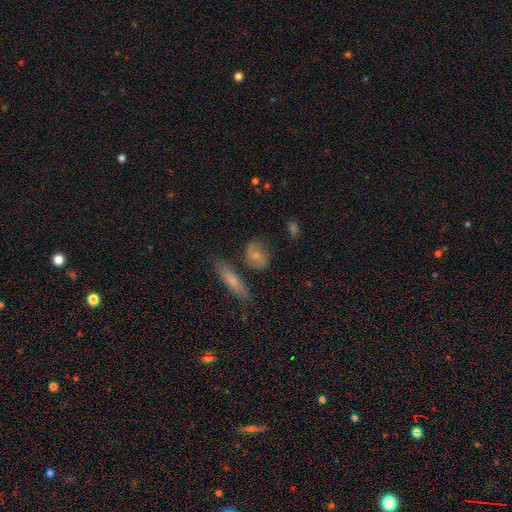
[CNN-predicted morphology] smooth 62%, featured or disk 28%, star or artifact 10%. Down the decision tree: how rounded — round (51%); merging — none (64%).